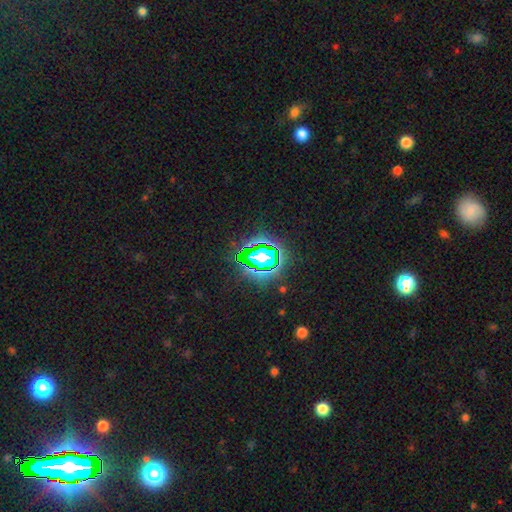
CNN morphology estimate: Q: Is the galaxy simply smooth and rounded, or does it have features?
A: star or artifact — 70%.